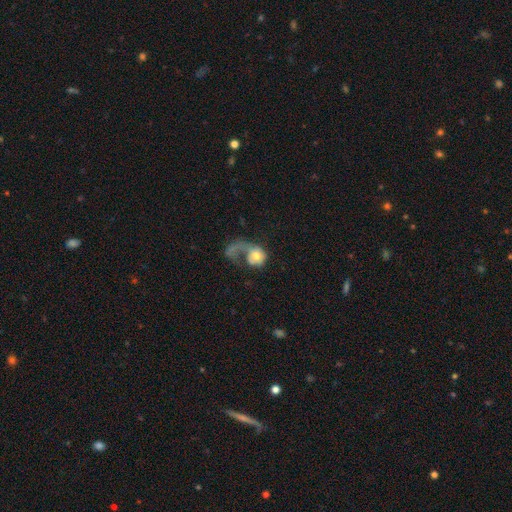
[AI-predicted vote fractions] This appears to be a smooth galaxy with no disk features (50%). Merging: major disturbance (64%).